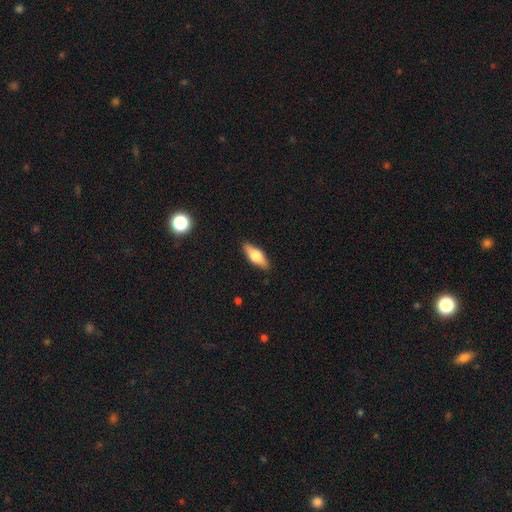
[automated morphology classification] Q: Smooth or featured?
A: smooth (52%); runner-up: featured or disk (42%)
Q: How rounded?
A: in between (64%); runner-up: cigar-shaped (33%)
Q: Merging?
A: none (89%); runner-up: minor disturbance (8%)